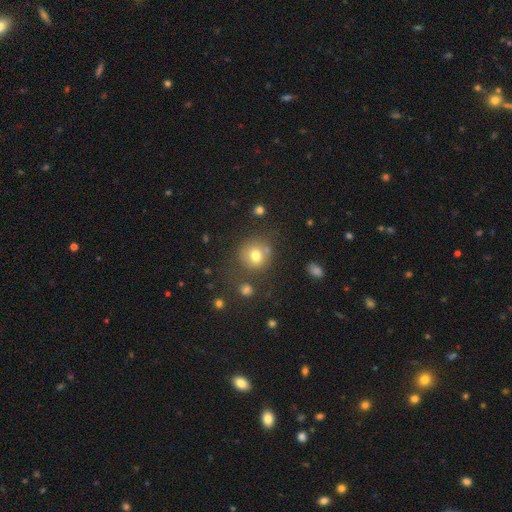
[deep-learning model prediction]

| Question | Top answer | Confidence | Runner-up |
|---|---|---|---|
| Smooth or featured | smooth | 75% | star or artifact (13%) |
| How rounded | round | 87% | in between (12%) |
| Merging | none | 69% | minor disturbance (15%) |